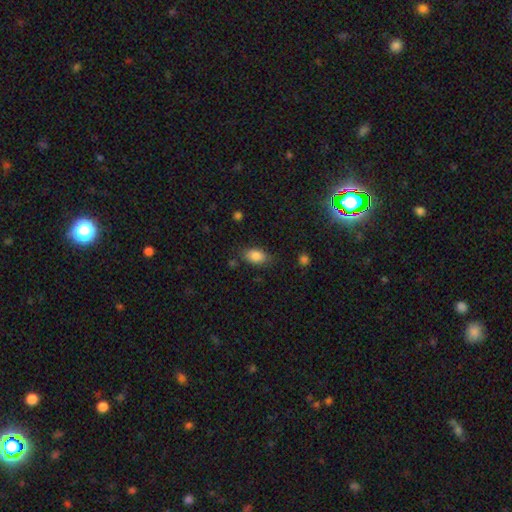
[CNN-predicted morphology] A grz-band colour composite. It shows a smooth galaxy with no disk features (84%) that is in between round and cigar-shaped (89%). Merging: none (78%).